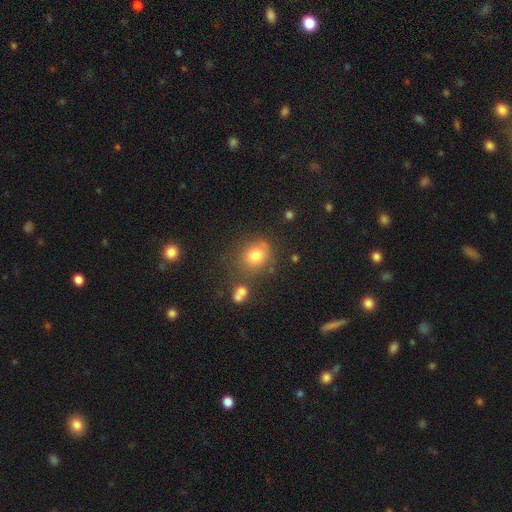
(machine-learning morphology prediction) The model was most divided on "merging": none: 69%, minor disturbance: 16%, merger: 9%, major disturbance: 6%. More confident: how rounded — round (77%); smooth or featured — smooth (77%).